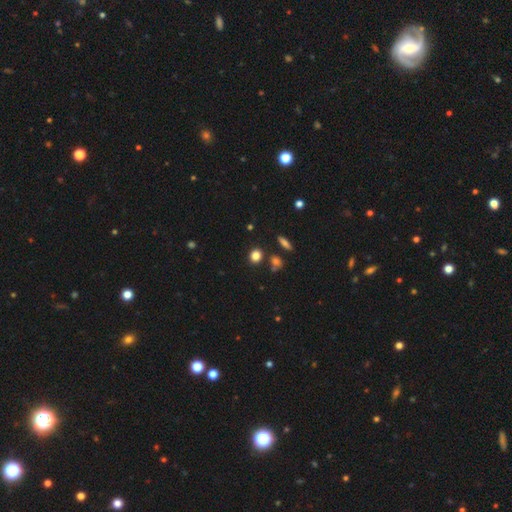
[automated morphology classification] Q: Smooth or featured?
A: smooth (83%); runner-up: star or artifact (12%)
Q: How rounded?
A: round (70%); runner-up: in between (28%)
Q: Merging?
A: none (81%); runner-up: minor disturbance (9%)